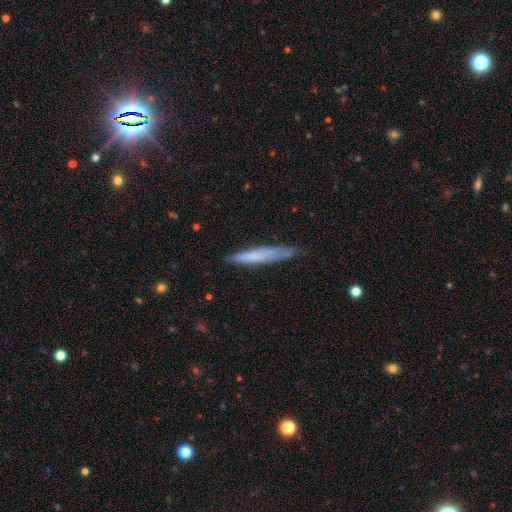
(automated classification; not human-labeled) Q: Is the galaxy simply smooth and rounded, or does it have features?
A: smooth — 62%.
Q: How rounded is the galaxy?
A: cigar-shaped — 94%.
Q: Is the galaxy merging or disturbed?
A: none — 75%.